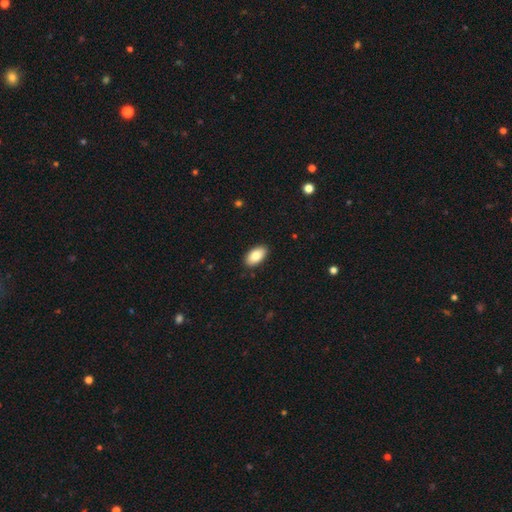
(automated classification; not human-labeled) This appears to be a smooth galaxy with no disk features (84%) that is in between round and cigar-shaped (95%). Merging: none (89%).